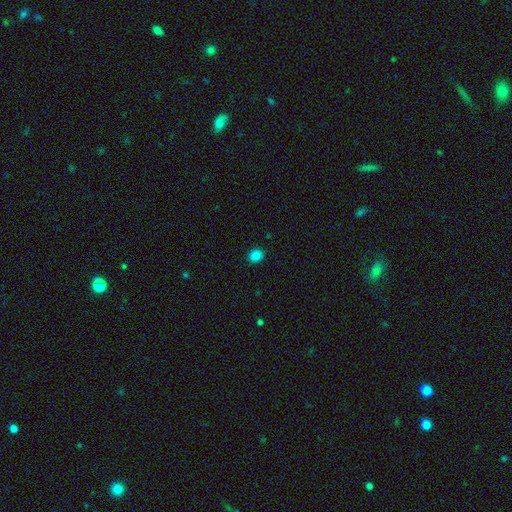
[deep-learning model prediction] Smooth or featured? smooth (84%)
How rounded? round (64%)
Merging? none (90%)